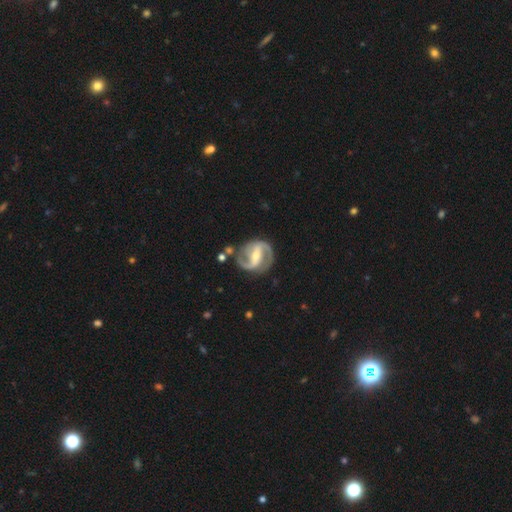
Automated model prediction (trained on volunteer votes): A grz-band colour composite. It shows a featured or disk galaxy (91%) with a strong bar (64%), 2 (93%) medium (56%) spiral arms (96%) and a moderate central bulge (54%). Merging: none (81%).